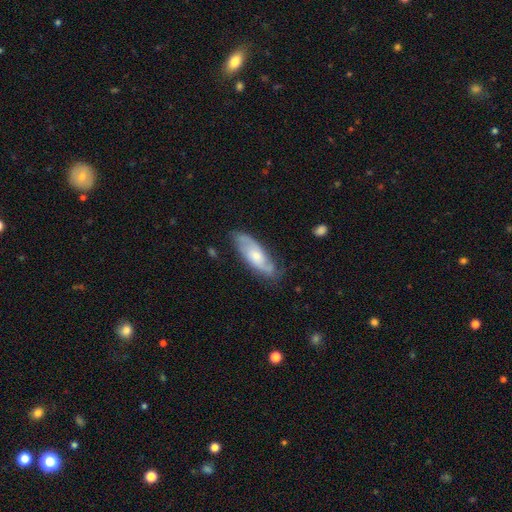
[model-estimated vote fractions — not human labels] Smooth or featured?
  - featured or disk: 58% *
  - smooth: 35%
  - star or artifact: 6%
Edge-on disk?
  - no: 82% *
  - yes: 18%
Merging?
  - none: 74% *
  - minor disturbance: 19%
  - major disturbance: 5%
  - merger: 2%